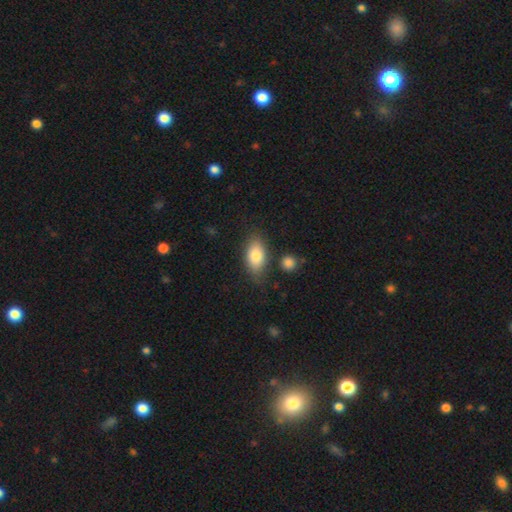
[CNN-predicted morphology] smooth 81%, featured or disk 13%, star or artifact 7%. Down the decision tree: how rounded — in between (88%); merging — none (75%).